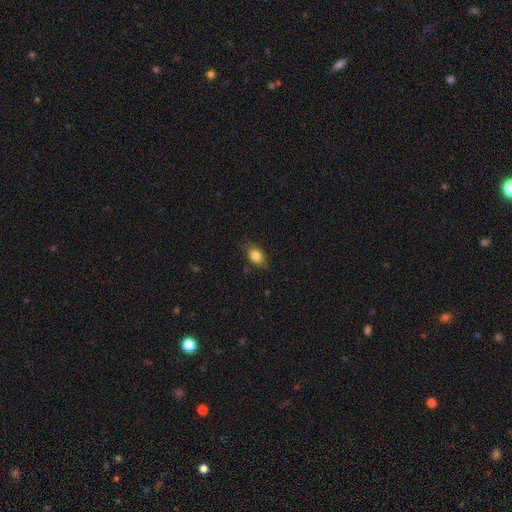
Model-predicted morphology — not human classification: smooth_or_featured: smooth (p=0.83) [alt: star or artifact p=0.09]
how_rounded: in between (p=0.74) [alt: round p=0.24]
merging: none (p=0.81) [alt: minor disturbance p=0.15]